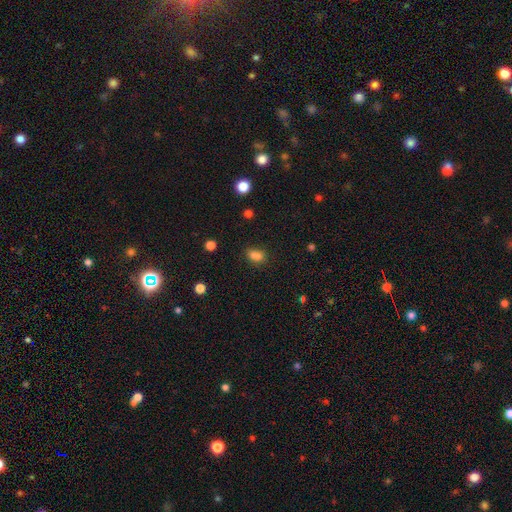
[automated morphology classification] This is clearly a smooth galaxy (81%). How rounded: likely in between (75%). Merging: likely none (62%).